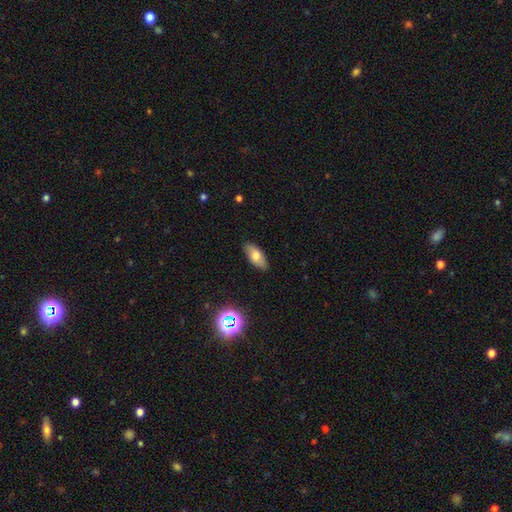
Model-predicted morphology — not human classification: Smooth or featured?
  - smooth: 72% *
  - featured or disk: 19%
  - star or artifact: 9%
How rounded?
  - in between: 84% *
  - cigar-shaped: 13%
  - round: 3%
Merging?
  - none: 87% *
  - minor disturbance: 10%
  - major disturbance: 2%
  - merger: 1%